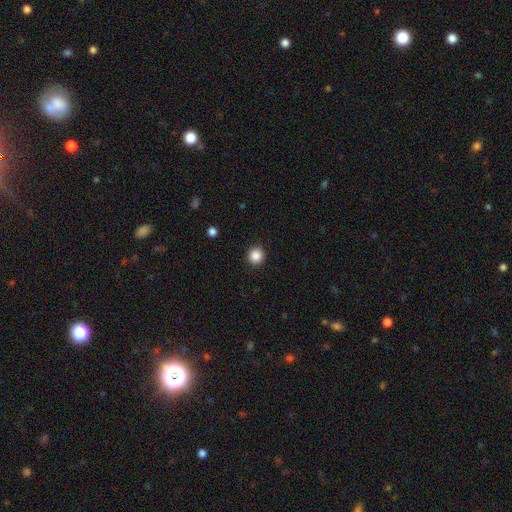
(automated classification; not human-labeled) The model was most divided on "smooth or featured": smooth: 87%, star or artifact: 10%, featured or disk: 3%. More confident: how rounded — round (93%); merging — none (92%).